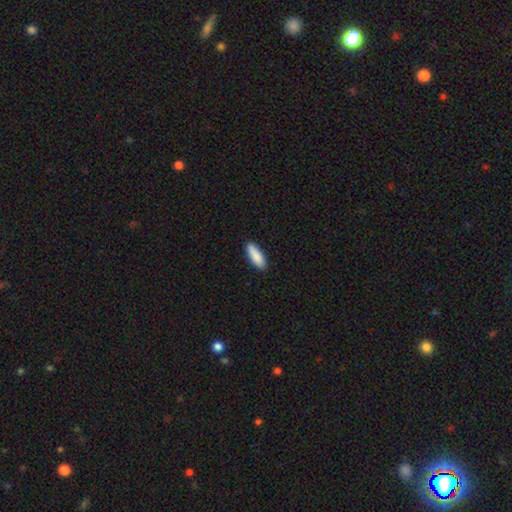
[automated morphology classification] Smooth or featured? Predicted: smooth (p=0.89). How rounded? Predicted: in between (p=0.57). Merging? Predicted: none (p=0.89).